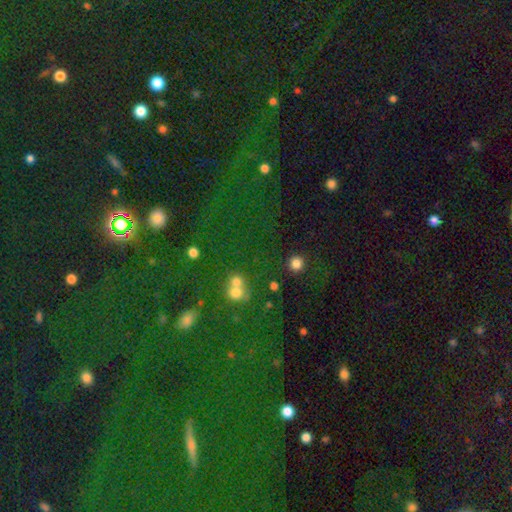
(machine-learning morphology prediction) star or artifact 76%, smooth 16%, featured or disk 8%.